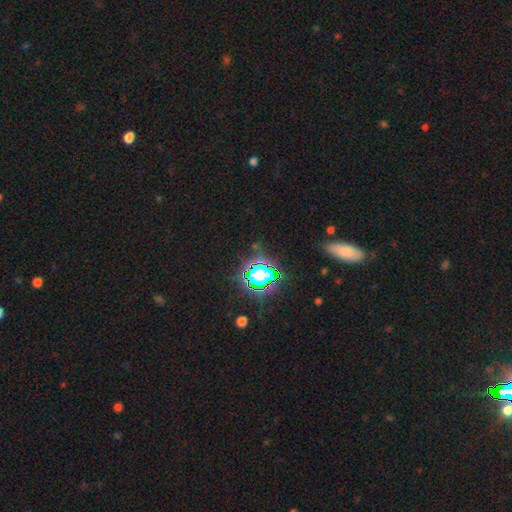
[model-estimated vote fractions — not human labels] A star or artifact, not a galaxy (76%).

Vote fractions:
- Smooth or featured? star or artifact: 76% / smooth: 17% / featured or disk: 8%